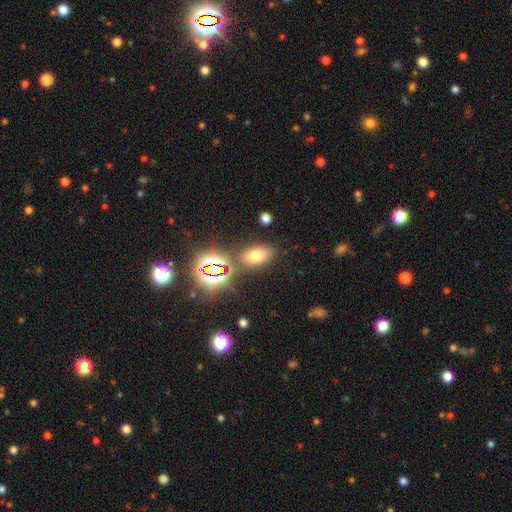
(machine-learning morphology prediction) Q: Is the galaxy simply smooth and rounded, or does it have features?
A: smooth — 62%.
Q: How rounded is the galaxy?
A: in between — 85%.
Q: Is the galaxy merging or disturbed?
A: none — 80%.